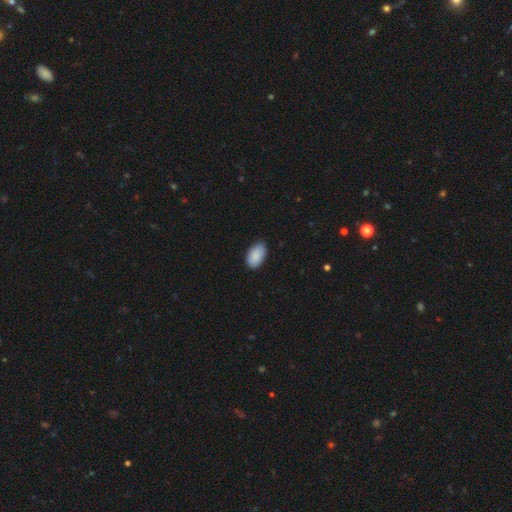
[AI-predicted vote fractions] Q: Smooth or featured?
A: smooth (88%); runner-up: star or artifact (6%)
Q: How rounded?
A: in between (95%); runner-up: round (4%)
Q: Merging?
A: none (79%); runner-up: minor disturbance (18%)